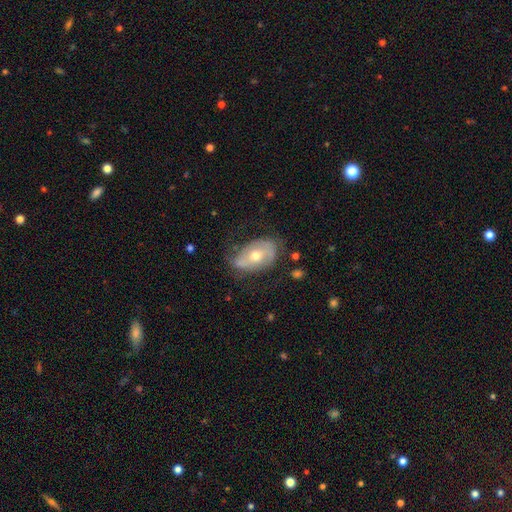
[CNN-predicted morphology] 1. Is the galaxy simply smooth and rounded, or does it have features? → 58% featured or disk, 35% smooth, 7% star or artifact.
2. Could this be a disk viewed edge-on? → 92% no, 8% yes.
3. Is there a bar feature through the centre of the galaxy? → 54% no, 30% weak, 16% strong.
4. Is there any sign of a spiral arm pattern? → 57% yes, 43% no.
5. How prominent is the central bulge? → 72% moderate, 22% small, 4% large, 1% none, 1% dominant.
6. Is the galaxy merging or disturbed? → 60% none, 27% minor disturbance, 11% major disturbance, 2% merger.